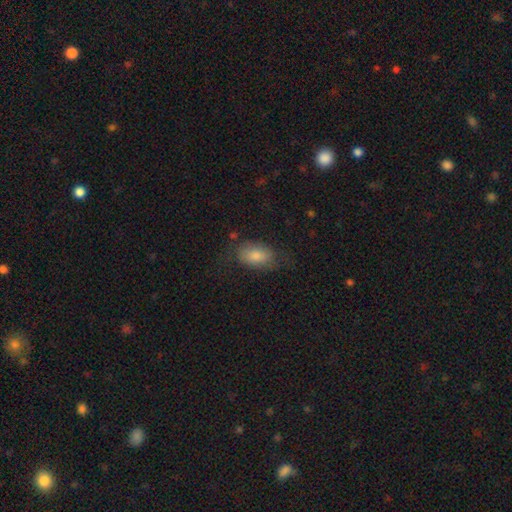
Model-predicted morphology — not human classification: The model was most divided on "merging": none: 65%, minor disturbance: 22%, major disturbance: 11%, merger: 2%. More confident: how rounded — in between (90%); smooth or featured — smooth (75%).